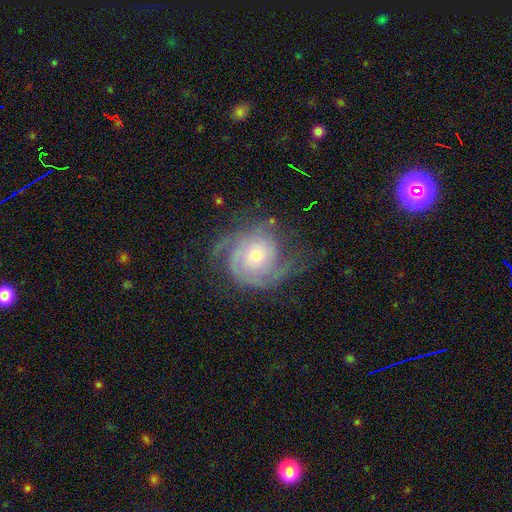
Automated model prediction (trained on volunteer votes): Q: Smooth or featured?
A: featured or disk (81%); runner-up: smooth (13%)
Q: Edge-on disk?
A: no (97%); runner-up: yes (3%)
Q: Bar?
A: no (77%); runner-up: weak (19%)
Q: Spiral arms?
A: yes (94%); runner-up: no (6%)
Q: Spiral winding?
A: tight (52%); runner-up: medium (33%)
Q: Spiral arm count?
A: 2 (43%); runner-up: can't tell (23%)
Q: Bulge size?
A: small (60%); runner-up: moderate (33%)
Q: Merging?
A: none (60%); runner-up: minor disturbance (20%)